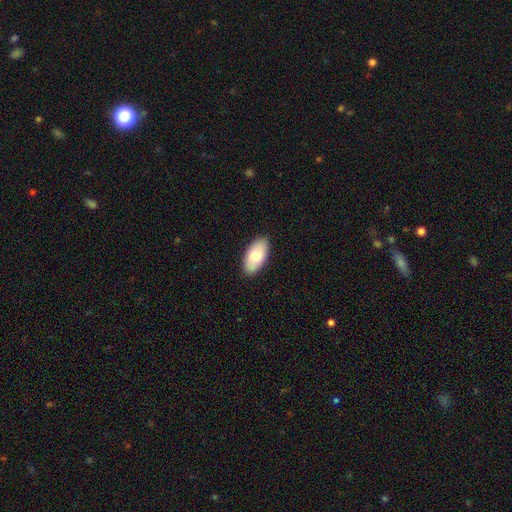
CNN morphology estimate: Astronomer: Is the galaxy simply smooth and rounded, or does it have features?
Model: smooth — 75%.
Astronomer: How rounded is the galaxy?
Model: in between — 95%.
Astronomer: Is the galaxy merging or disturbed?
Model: none — 89%.